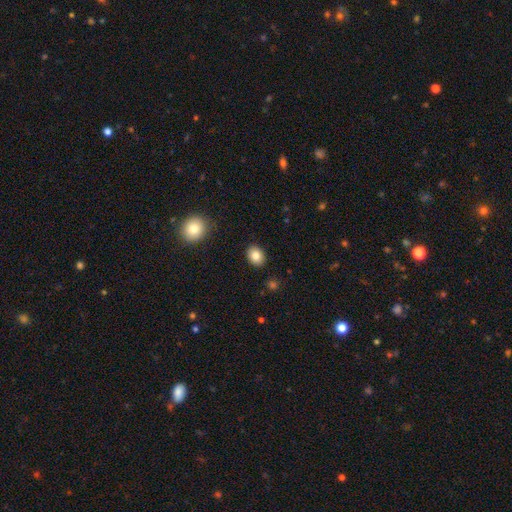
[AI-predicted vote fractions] Overall: smooth (83%). How rounded: in between (59%; round 40%). Merging: none (89%).